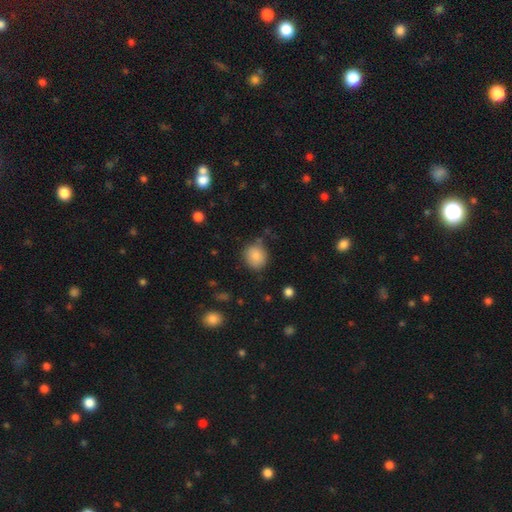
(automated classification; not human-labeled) This appears to be a smooth galaxy with no disk features (84%) that is round (78%). Merging: none (78%).